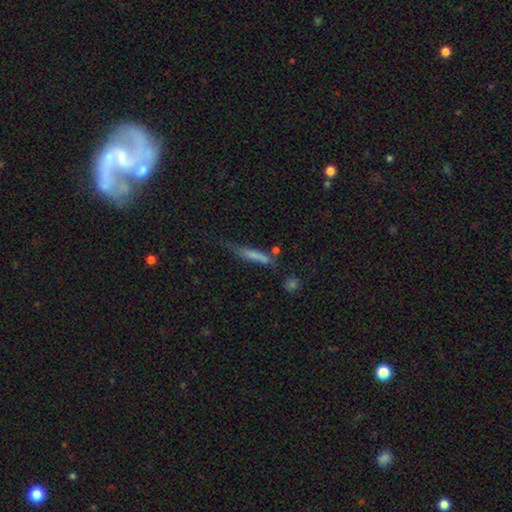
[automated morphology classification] Q: Smooth or featured?
A: smooth (66%); runner-up: featured or disk (24%)
Q: How rounded?
A: cigar-shaped (87%); runner-up: in between (10%)
Q: Merging?
A: none (51%); runner-up: minor disturbance (26%)